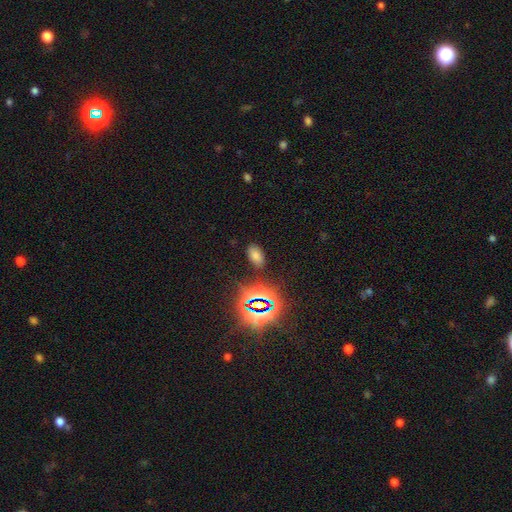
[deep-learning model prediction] Smooth or featured?
  - smooth: 64% *
  - star or artifact: 29%
  - featured or disk: 7%
How rounded?
  - in between: 92% *
  - round: 6%
  - cigar-shaped: 2%
Merging?
  - none: 84% *
  - minor disturbance: 10%
  - major disturbance: 3%
  - merger: 2%